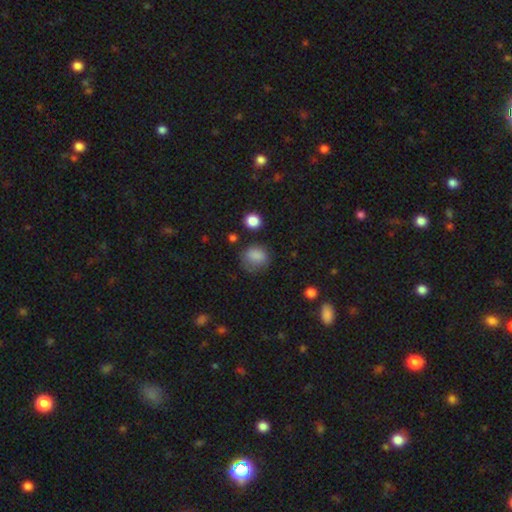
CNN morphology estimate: Smooth or featured? smooth (82%)
How rounded? round (67%)
Merging? none (61%)